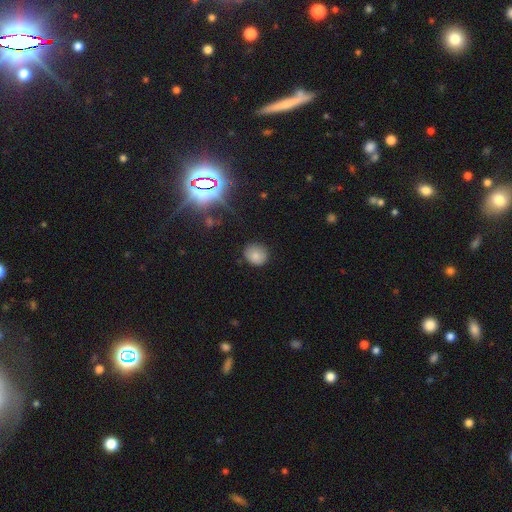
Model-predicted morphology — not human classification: Smooth or featured: smooth — 80% (star or artifact — 13%)
How rounded: round — 78% (in between — 21%)
Merging: none — 82% (minor disturbance — 13%)